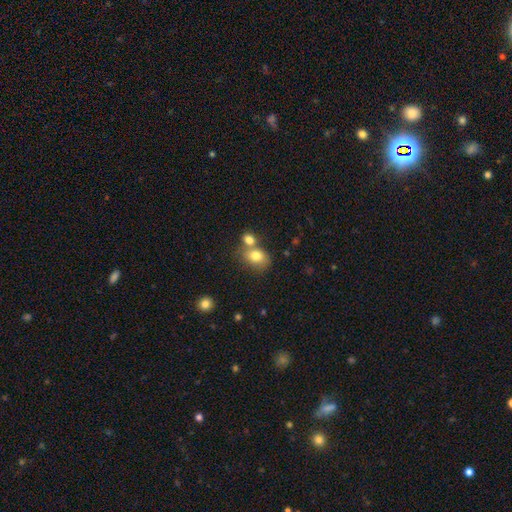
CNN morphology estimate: Smooth or featured?
  - smooth: 78% *
  - featured or disk: 12%
  - star or artifact: 10%
How rounded?
  - in between: 59% *
  - round: 40%
  - cigar-shaped: 1%
Merging?
  - none: 42% *
  - merger: 40%
  - minor disturbance: 13%
  - major disturbance: 5%